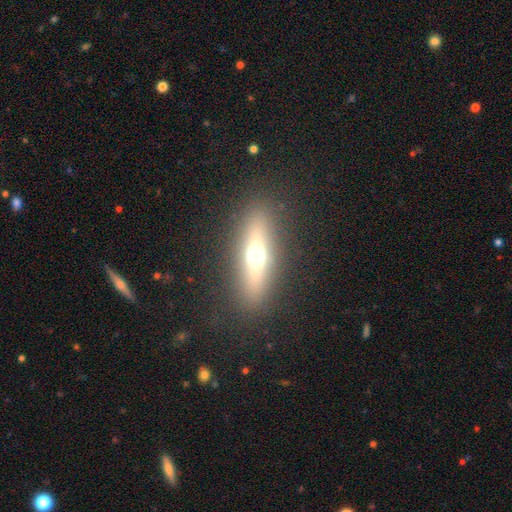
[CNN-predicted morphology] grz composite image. It shows a featured or disk galaxy (48%). Merging: none (88%).